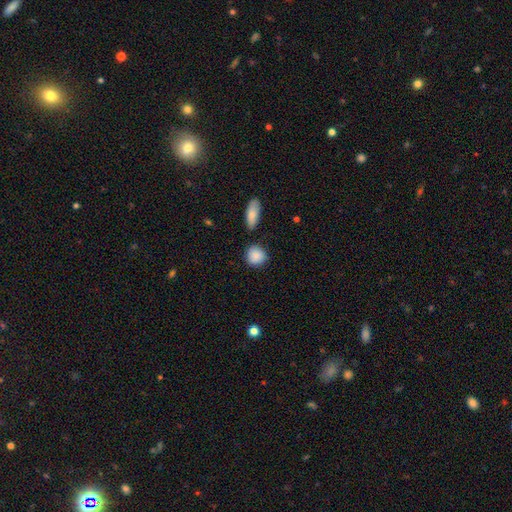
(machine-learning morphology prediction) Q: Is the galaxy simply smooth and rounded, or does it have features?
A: smooth — 89%.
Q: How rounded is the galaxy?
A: round — 82%.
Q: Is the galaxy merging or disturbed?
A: none — 78%.